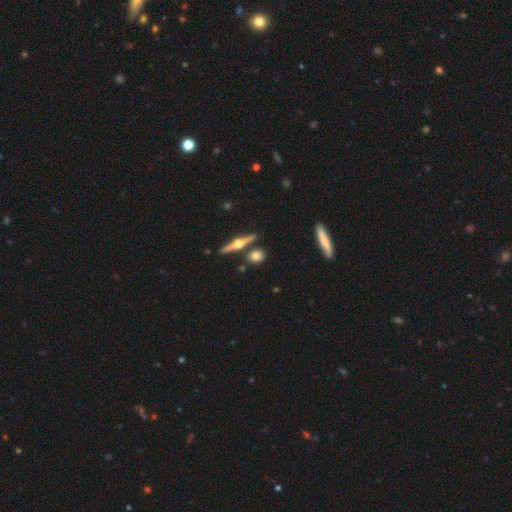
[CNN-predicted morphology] This is possibly a smooth galaxy (53%). How rounded: possibly round (54%). Merging: likely none (79%).